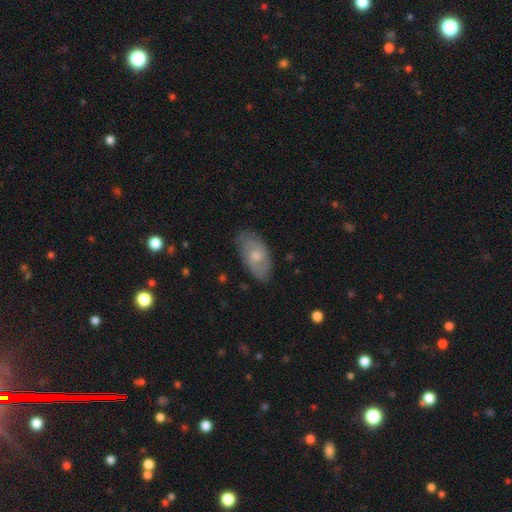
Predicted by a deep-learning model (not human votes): Overall: featured or disk (54%; smooth 40%). Edge-on disk: no (92%). Merging: none (75%).